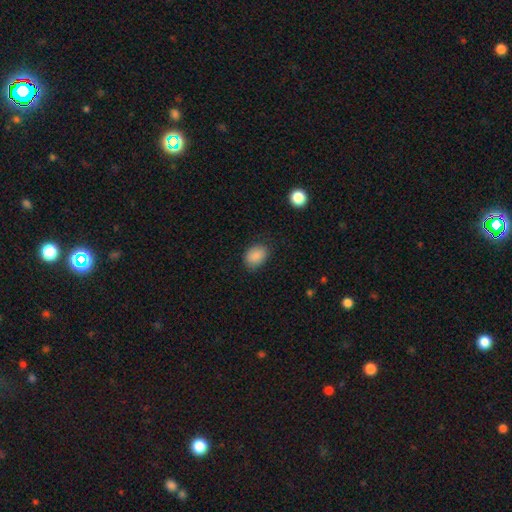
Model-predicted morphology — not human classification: Smooth or featured? Predicted: smooth (p=0.88). How rounded? Predicted: in between (p=0.74). Merging? Predicted: none (p=0.81).